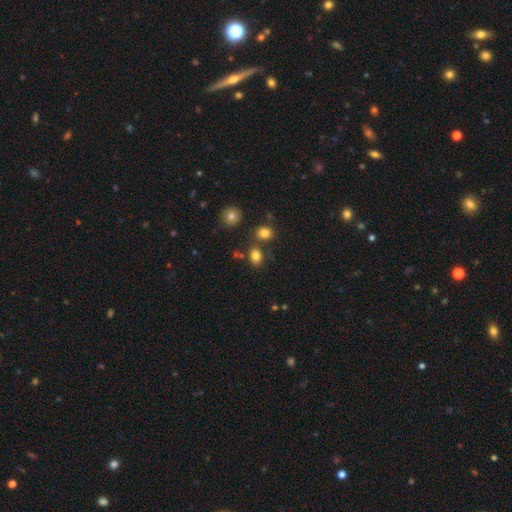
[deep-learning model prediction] Morphology: type=smooth (81%); roundness=in between (62%); merging=none (68%).